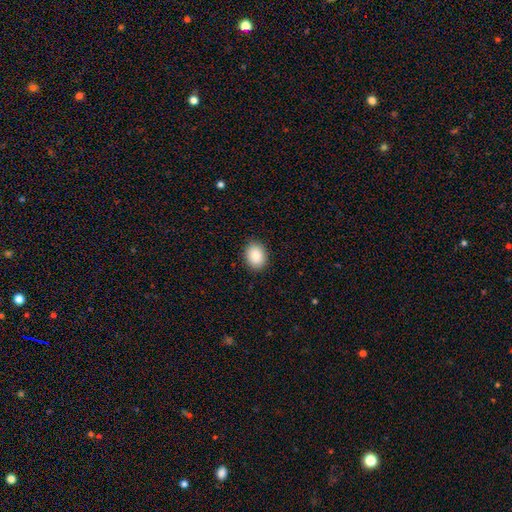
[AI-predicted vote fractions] Q: Smooth or featured?
A: smooth (89%); runner-up: star or artifact (7%)
Q: How rounded?
A: in between (60%); runner-up: round (39%)
Q: Merging?
A: none (90%); runner-up: minor disturbance (8%)